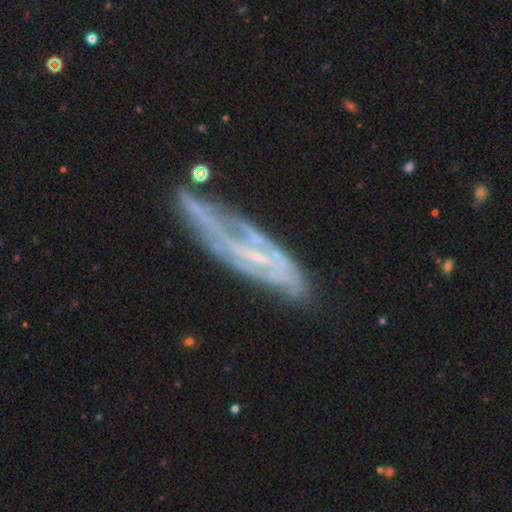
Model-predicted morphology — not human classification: Smooth or featured? featured or disk (77%)
Edge-on disk? no (66%)
Bar? no (43%)
Spiral arms? yes (77%)
Bulge size? small (67%)
Merging? none (57%)